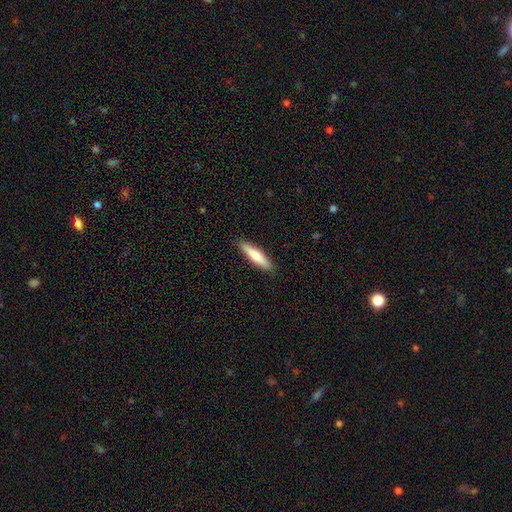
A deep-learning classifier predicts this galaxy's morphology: Smooth or featured?
  - smooth: 71% *
  - featured or disk: 23%
  - star or artifact: 5%
How rounded?
  - cigar-shaped: 82% *
  - in between: 16%
  - round: 1%
Merging?
  - none: 91% *
  - minor disturbance: 7%
  - major disturbance: 1%
  - merger: 1%